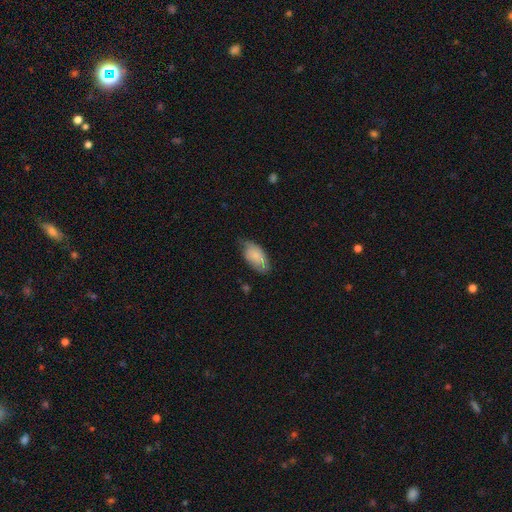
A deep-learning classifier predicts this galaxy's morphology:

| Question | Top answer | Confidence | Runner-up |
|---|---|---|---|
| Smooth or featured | smooth | 78% | featured or disk (15%) |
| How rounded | in between | 94% | cigar-shaped (3%) |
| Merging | none | 58% | minor disturbance (33%) |